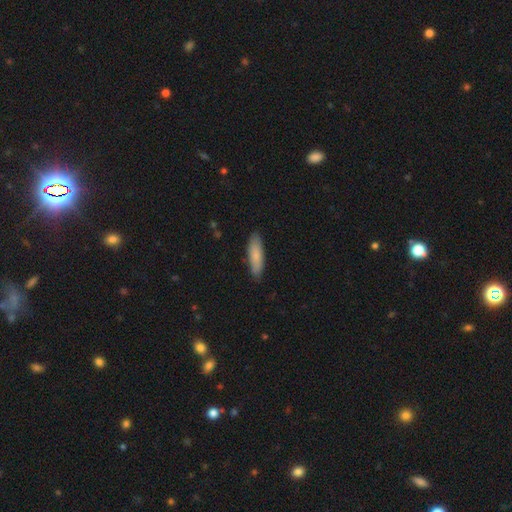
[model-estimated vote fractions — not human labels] A smooth galaxy with no disk features (82%) that is cigar-shaped (60%).

Vote fractions:
- Smooth or featured? smooth: 82% / featured or disk: 13% / star or artifact: 5%
- How rounded? cigar-shaped: 60% / in between: 39% / round: 1%
- Merging? none: 86% / minor disturbance: 11% / major disturbance: 2% / merger: 1%